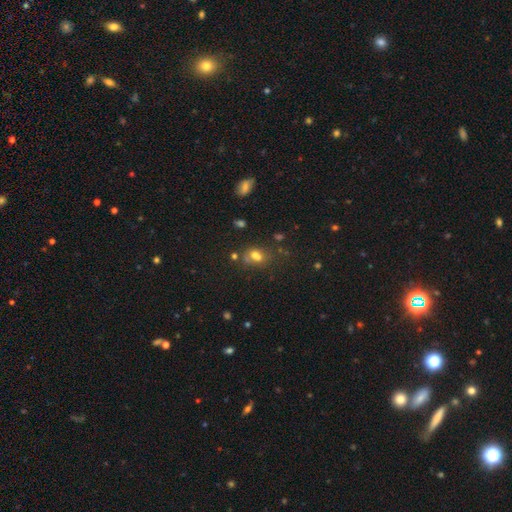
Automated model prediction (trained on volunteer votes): Smooth or featured? smooth (63%)
How rounded? in between (57%)
Merging? none (40%)